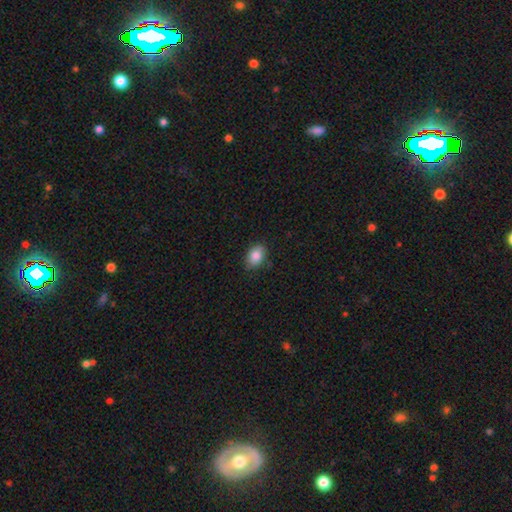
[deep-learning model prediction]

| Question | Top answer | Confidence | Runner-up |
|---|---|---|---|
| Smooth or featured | smooth | 86% | star or artifact (8%) |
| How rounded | in between | 82% | round (17%) |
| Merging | none | 82% | minor disturbance (14%) |